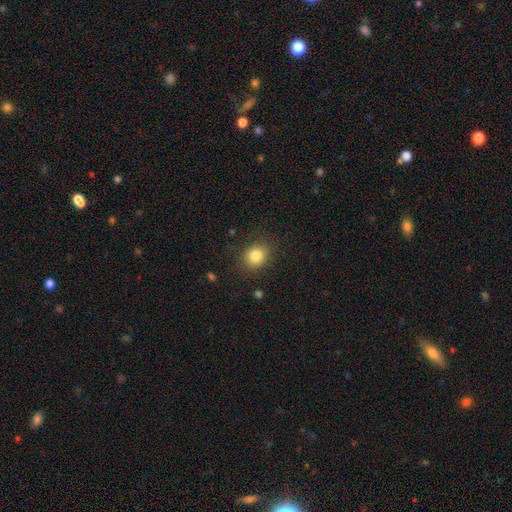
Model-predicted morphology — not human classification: Smooth or featured: smooth — 83% (star or artifact — 10%)
How rounded: round — 64% (in between — 35%)
Merging: none — 84% (minor disturbance — 11%)